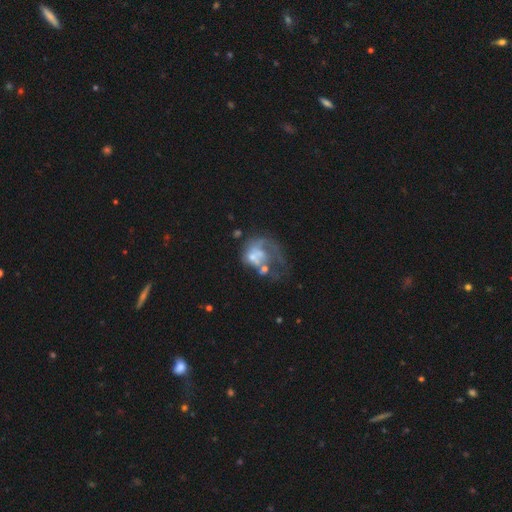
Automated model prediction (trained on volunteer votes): smooth_or_featured: featured or disk (p=0.60) [alt: smooth p=0.28]
disk_edge_on: no (p=0.98) [alt: yes p=0.02]
bar: no (p=0.83) [alt: weak p=0.14]
has_spiral_arms: no (p=0.70) [alt: yes p=0.30]
bulge_size: none (p=0.41) [alt: moderate p=0.26]
merging: major disturbance (p=0.46) [alt: merger p=0.22]